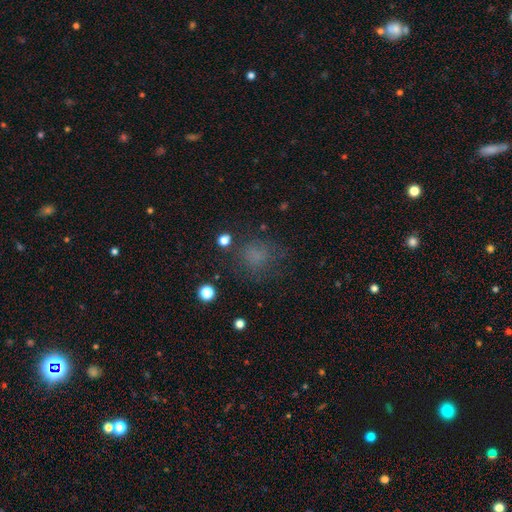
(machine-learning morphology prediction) smooth-or-featured: smooth: 65% | star or artifact: 23% | featured or disk: 11%
  how-rounded: round: 75% | in between: 24% | cigar-shaped: 1%
  merging: none: 68% | minor disturbance: 16% | major disturbance: 13% | merger: 3%